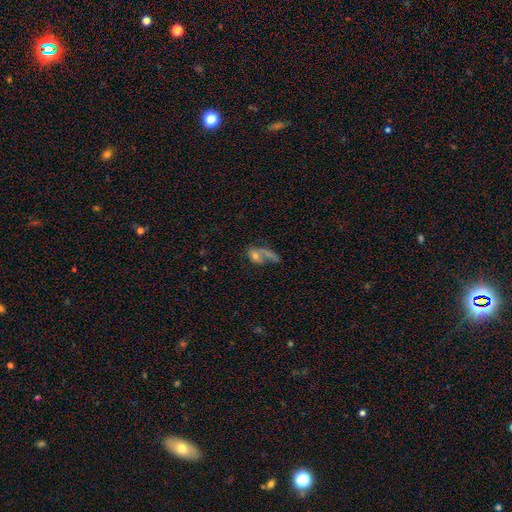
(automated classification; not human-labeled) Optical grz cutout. It shows a smooth galaxy with no disk features (48%). Merging: major disturbance (39%).